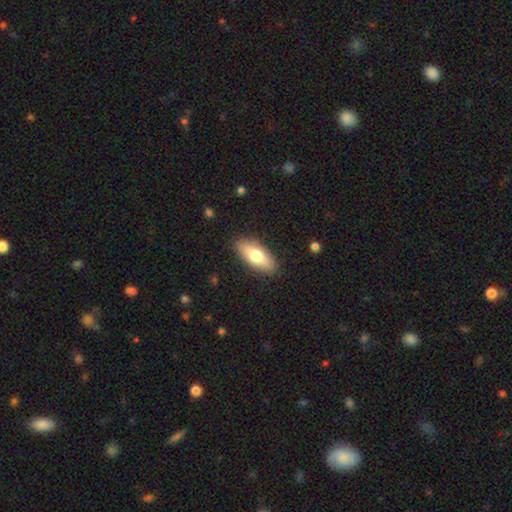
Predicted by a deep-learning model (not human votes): smooth-or-featured: smooth: 73% | featured or disk: 21% | star or artifact: 6%
  how-rounded: in between: 79% | cigar-shaped: 18% | round: 3%
  merging: none: 87% | minor disturbance: 10% | major disturbance: 2% | merger: 1%